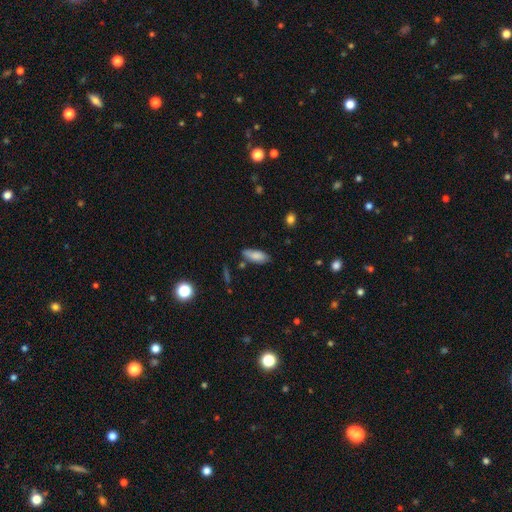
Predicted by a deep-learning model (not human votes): Smooth or featured? Predicted: smooth (p=0.81). How rounded? Predicted: in between (p=0.78). Merging? Predicted: none (p=0.72).